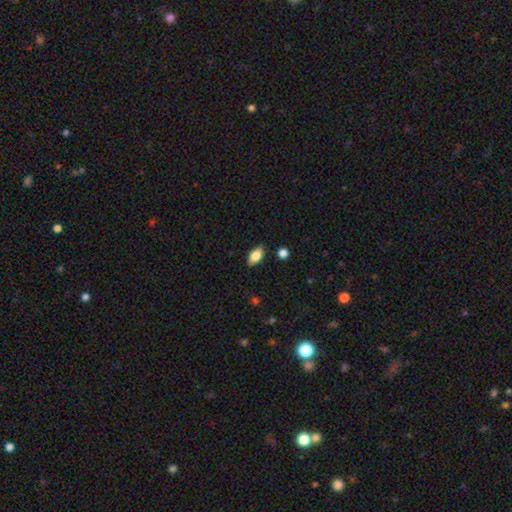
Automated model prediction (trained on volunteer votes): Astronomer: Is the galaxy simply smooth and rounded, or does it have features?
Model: smooth — 78%.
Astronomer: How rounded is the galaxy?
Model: in between — 89%.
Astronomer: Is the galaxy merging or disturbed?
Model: none — 85%.